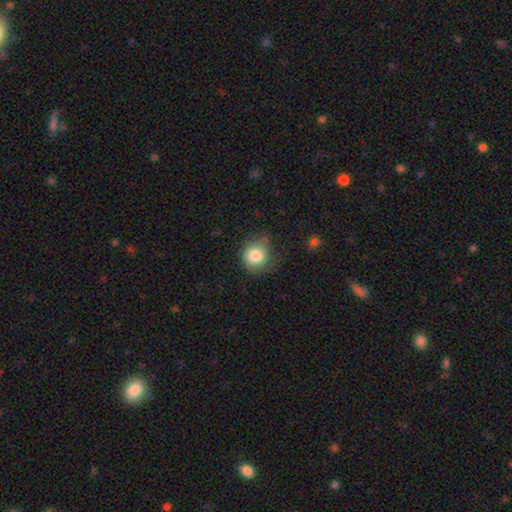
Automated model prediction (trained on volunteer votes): A smooth galaxy with no disk features (82%) that is round (77%).

Vote fractions:
- Smooth or featured? smooth: 82% / star or artifact: 9% / featured or disk: 9%
- How rounded? round: 77% / in between: 22% / cigar-shaped: 1%
- Merging? none: 54% / minor disturbance: 33% / major disturbance: 11% / merger: 2%